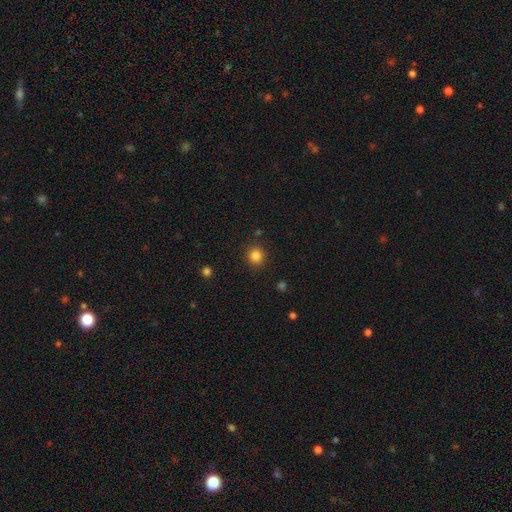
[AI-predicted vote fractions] Morphology: type=smooth (84%); roundness=round (87%); merging=none (90%).